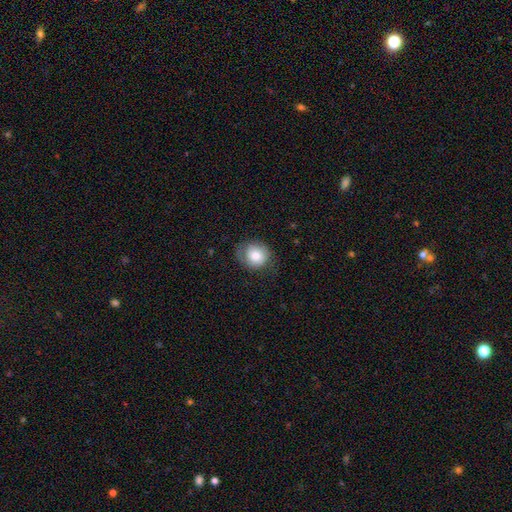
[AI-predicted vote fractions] This is likely a smooth galaxy (72%). How rounded: likely round (74%). Merging: likely none (63%).